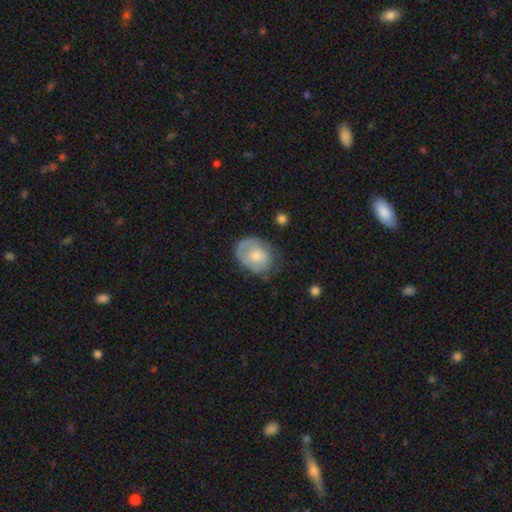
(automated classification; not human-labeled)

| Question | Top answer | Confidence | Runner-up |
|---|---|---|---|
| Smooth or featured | smooth | 60% | featured or disk (34%) |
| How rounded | in between | 54% | round (45%) |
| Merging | none | 51% | minor disturbance (31%) |